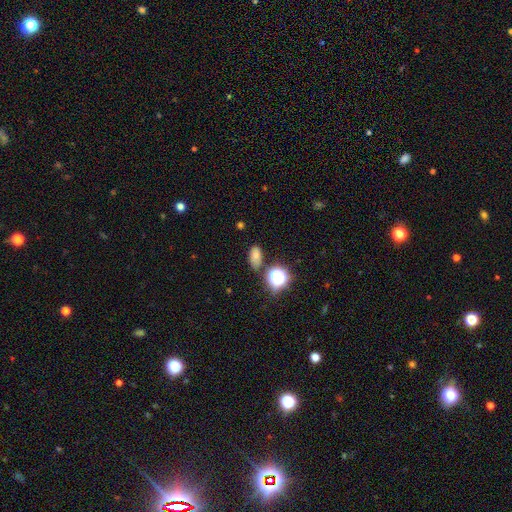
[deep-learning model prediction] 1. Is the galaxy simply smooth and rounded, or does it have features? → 68% smooth, 22% star or artifact, 10% featured or disk.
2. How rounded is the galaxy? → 83% in between, 14% round, 3% cigar-shaped.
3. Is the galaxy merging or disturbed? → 74% none, 16% minor disturbance, 6% merger, 4% major disturbance.